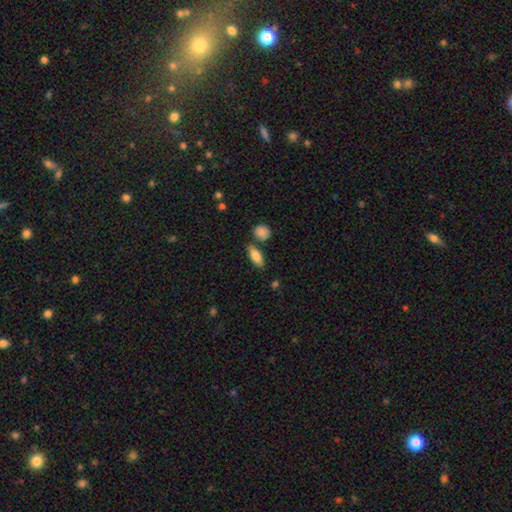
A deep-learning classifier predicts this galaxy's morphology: Smooth or featured? smooth (78%)
How rounded? in between (76%)
Merging? none (76%)